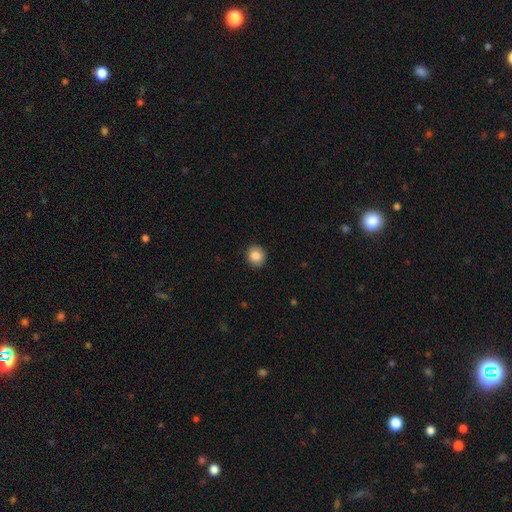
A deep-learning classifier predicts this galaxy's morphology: Smooth or featured? Predicted: smooth (p=0.87). How rounded? Predicted: round (p=0.84). Merging? Predicted: none (p=0.90).